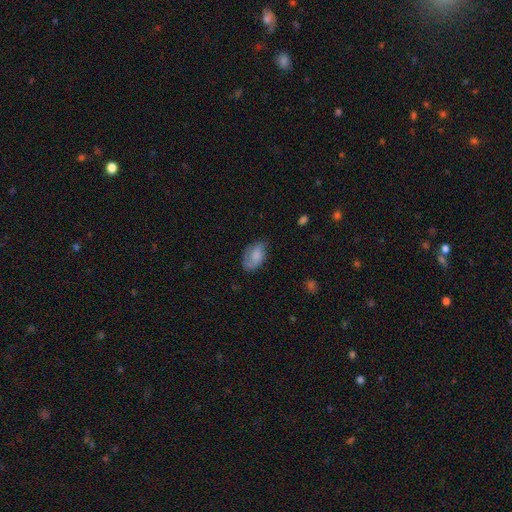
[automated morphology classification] A smooth galaxy with no disk features (65%) that is in between round and cigar-shaped (91%).

Vote fractions:
- Smooth or featured? smooth: 65% / featured or disk: 27% / star or artifact: 8%
- How rounded? in between: 91% / round: 7% / cigar-shaped: 2%
- Merging? none: 59% / minor disturbance: 28% / major disturbance: 11% / merger: 2%